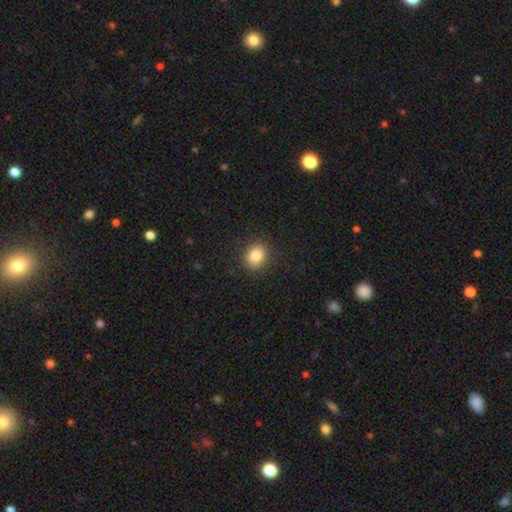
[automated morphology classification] This appears to be a smooth galaxy with no disk features (84%) that is round (55%). Merging: none (89%).